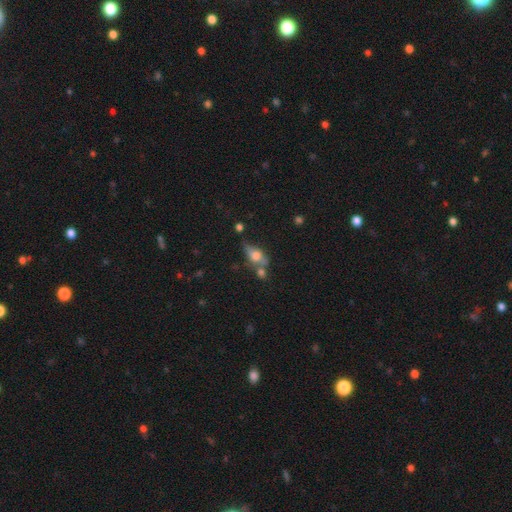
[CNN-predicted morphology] Smooth or featured? Predicted: smooth (p=0.58). How rounded? Predicted: in between (p=0.74). Merging? Predicted: none (p=0.44).